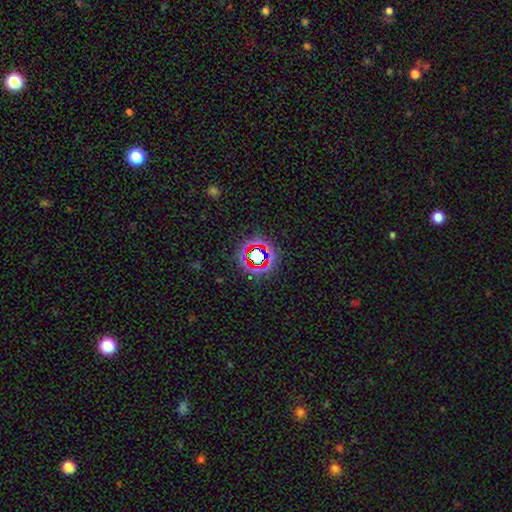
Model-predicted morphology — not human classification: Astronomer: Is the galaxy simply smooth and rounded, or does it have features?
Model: star or artifact — 70%.